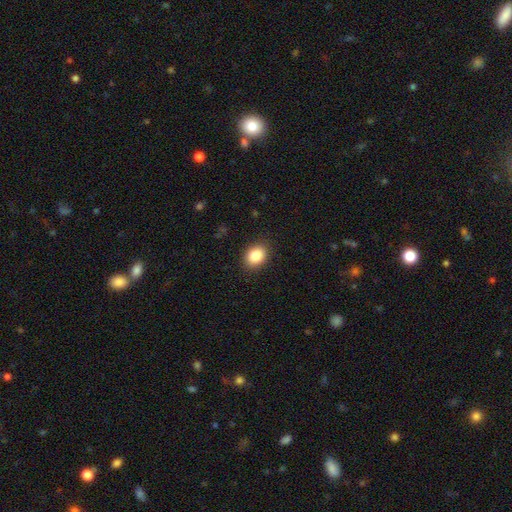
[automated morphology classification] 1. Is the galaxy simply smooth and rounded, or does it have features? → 86% smooth, 9% star or artifact, 6% featured or disk.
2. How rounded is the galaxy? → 62% in between, 37% round, 1% cigar-shaped.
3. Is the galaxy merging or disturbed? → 88% none, 9% minor disturbance, 2% major disturbance, 1% merger.